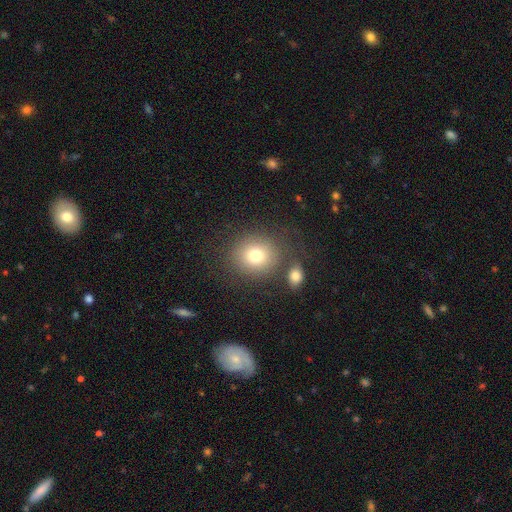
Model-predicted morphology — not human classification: A smooth galaxy with no disk features (76%) that is round (82%). Merging: none (74%).